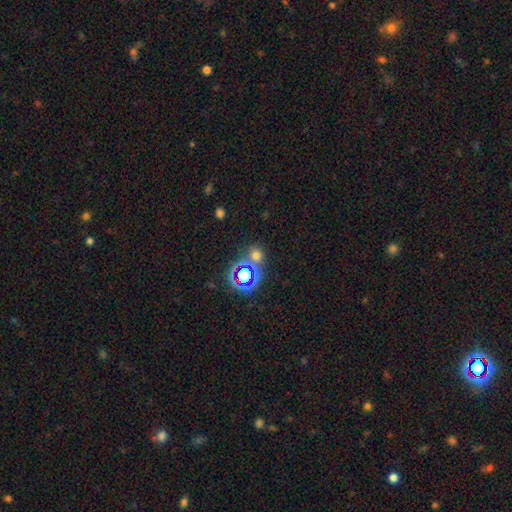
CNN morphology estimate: smooth_or_featured: smooth (p=0.57) [alt: star or artifact p=0.36]
how_rounded: round (p=0.79) [alt: in between p=0.19]
merging: none (p=0.69) [alt: merger p=0.18]